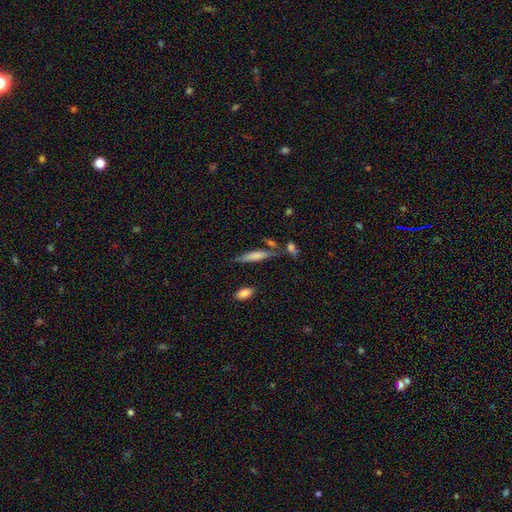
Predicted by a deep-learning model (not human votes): A smooth galaxy with no disk features (70%) that is cigar-shaped (76%). Merging: none (62%).